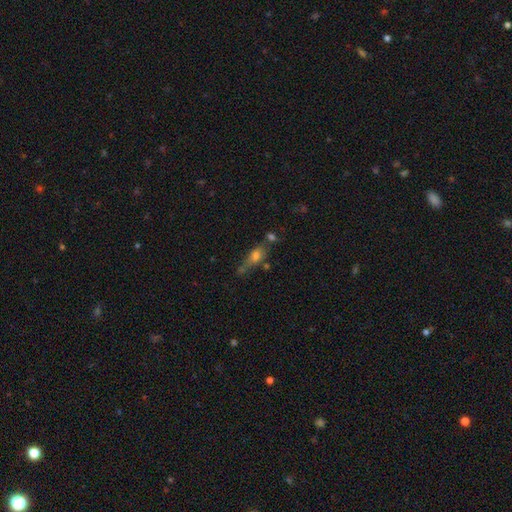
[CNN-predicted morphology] This is likely a smooth galaxy (60%). How rounded: possibly in between (59%). Merging: marginally none (38%).